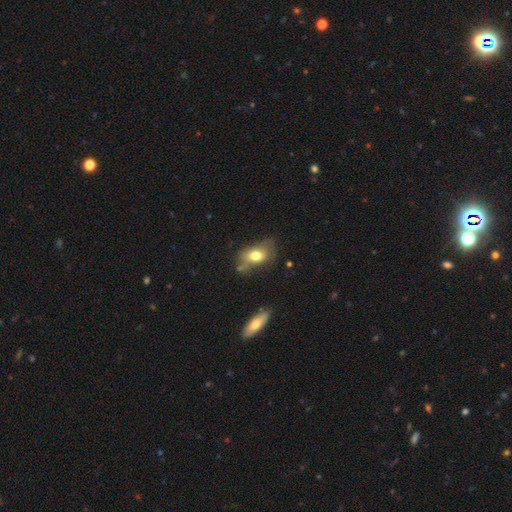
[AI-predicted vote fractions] The model was most divided on "merging": none: 48%, minor disturbance: 30%, major disturbance: 14%, merger: 8%. More confident: how rounded — in between (85%); smooth or featured — smooth (68%).